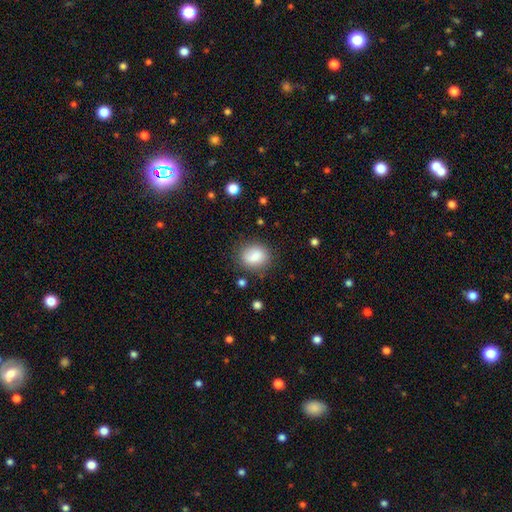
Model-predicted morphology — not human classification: This appears to be a smooth galaxy with no disk features (83%) that is round (54%). Merging: none (79%).